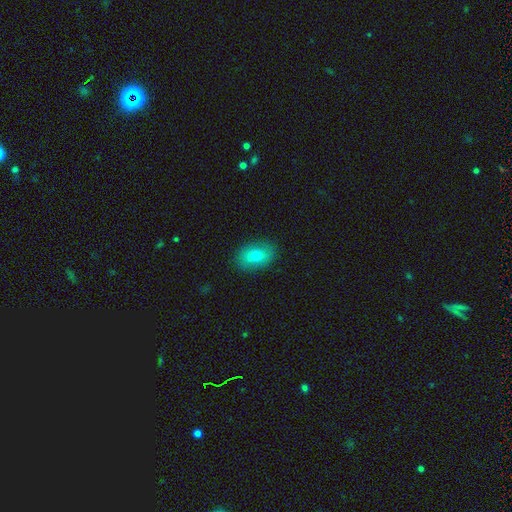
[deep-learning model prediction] smooth-or-featured: smooth: 71% | featured or disk: 20% | star or artifact: 9%
  how-rounded: in between: 81% | round: 18% | cigar-shaped: 2%
  merging: none: 86% | minor disturbance: 10% | major disturbance: 3% | merger: 1%